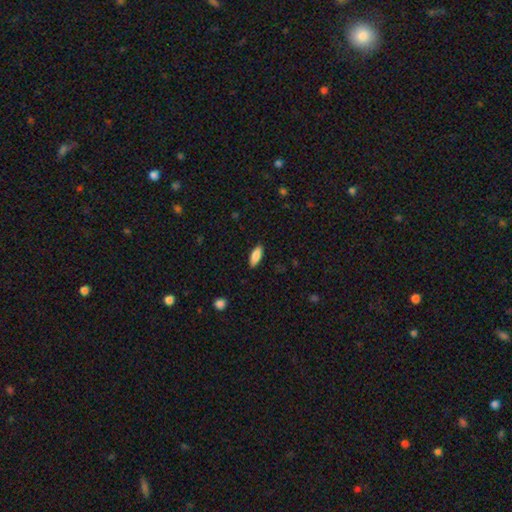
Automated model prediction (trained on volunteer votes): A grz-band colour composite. It shows a smooth galaxy with no disk features (87%) that is in between round and cigar-shaped (75%). Merging: none (88%).